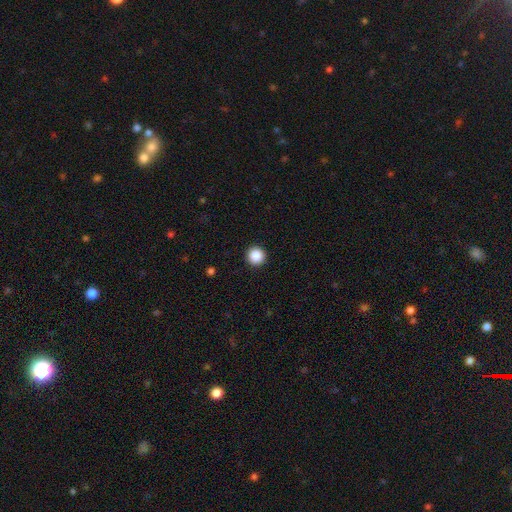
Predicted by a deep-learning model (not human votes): Smooth or featured: smooth — 87% (star or artifact — 10%)
How rounded: round — 96% (in between — 3%)
Merging: none — 93% (minor disturbance — 4%)